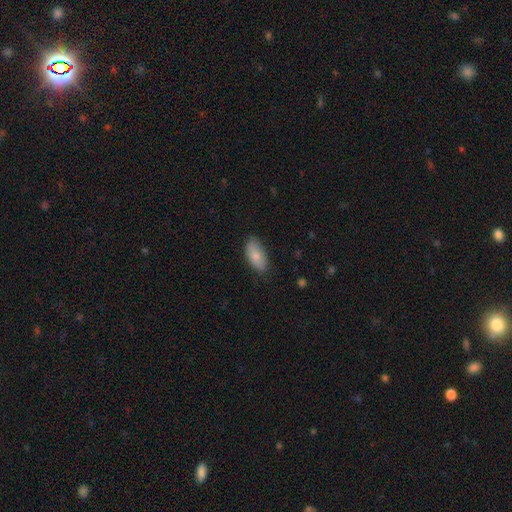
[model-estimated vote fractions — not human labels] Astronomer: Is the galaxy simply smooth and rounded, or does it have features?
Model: smooth — 81%.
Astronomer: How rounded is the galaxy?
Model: in between — 92%.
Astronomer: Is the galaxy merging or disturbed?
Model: none — 81%.